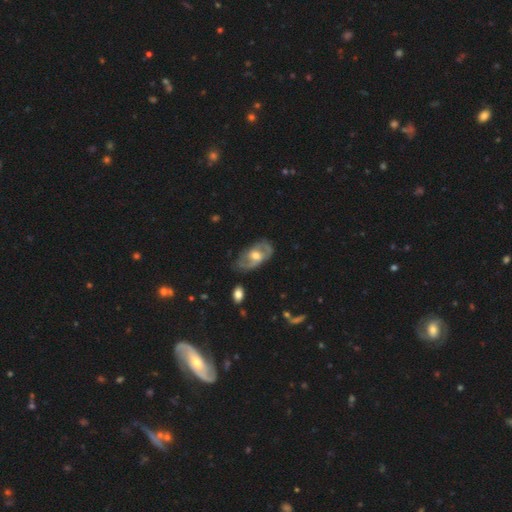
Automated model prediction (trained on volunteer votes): Smooth or featured? Predicted: featured or disk (p=0.74). Edge-on disk? Predicted: no (p=0.93). Bar? Predicted: no (p=0.51). Spiral arms? Predicted: yes (p=0.79). Spiral winding? Predicted: medium (p=0.45). Spiral arm count? Predicted: 2 (p=0.69). Bulge size? Predicted: moderate (p=0.71). Merging? Predicted: none (p=0.68).